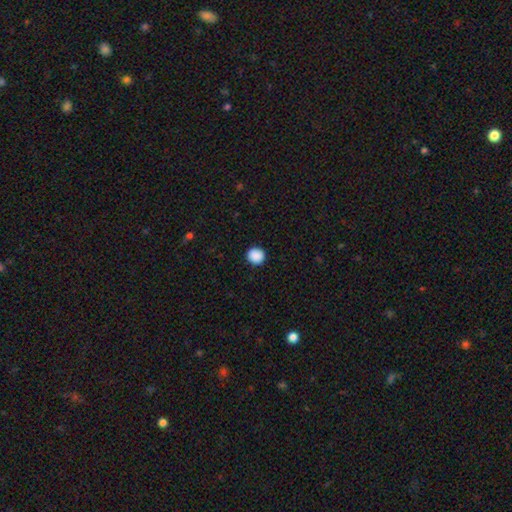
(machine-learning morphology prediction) This appears to be a smooth galaxy with no disk features (90%) that is round (91%). Merging: none (92%).